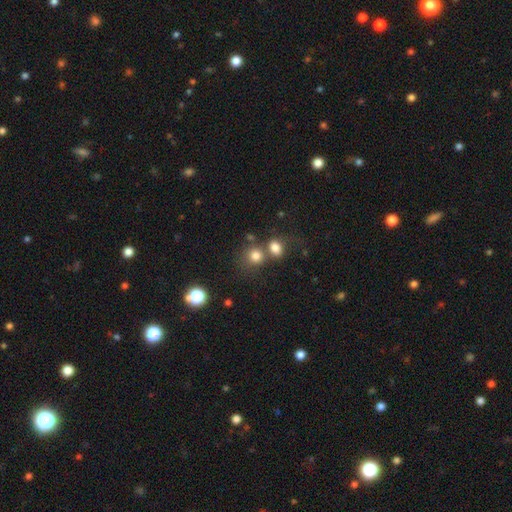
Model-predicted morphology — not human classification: Smooth or featured: smooth — 78% (star or artifact — 14%)
How rounded: round — 79% (in between — 20%)
Merging: none — 50% (merger — 35%)